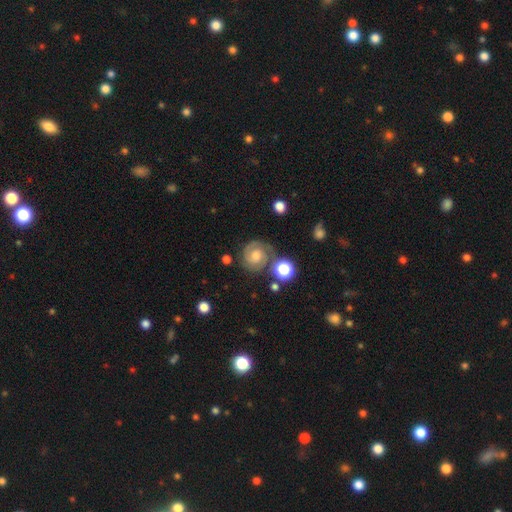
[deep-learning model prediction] smooth-or-featured: featured or disk: 78% | smooth: 14% | star or artifact: 8%
  disk-edge-on: no: 98% | yes: 2%
    bar: no: 66% | weak: 28% | strong: 5%
    has-spiral-arms: yes: 96% | no: 4%
      spiral-winding: tight: 65% | medium: 29% | loose: 5%
      spiral-arm-count: 2: 76% | can't tell: 9% | 3: 7% | 1: 5% | 4: 2% | more than 4: 2%
    bulge-size: moderate: 52% | small: 34% | large: 7% | none: 6% | dominant: 2%
  merging: none: 73% | minor disturbance: 15% | major disturbance: 6% | merger: 5%